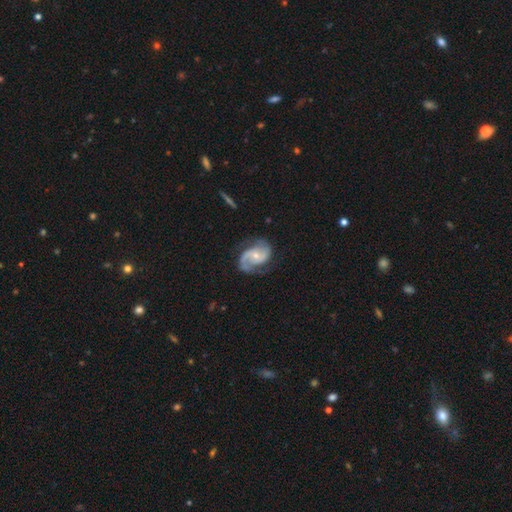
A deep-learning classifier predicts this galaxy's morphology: This appears to be a featured or disk galaxy (88%) with no bar (50%), 2 (87%) medium (53%) spiral arms (97%) and a small central bulge (57%). Merging: none (68%).